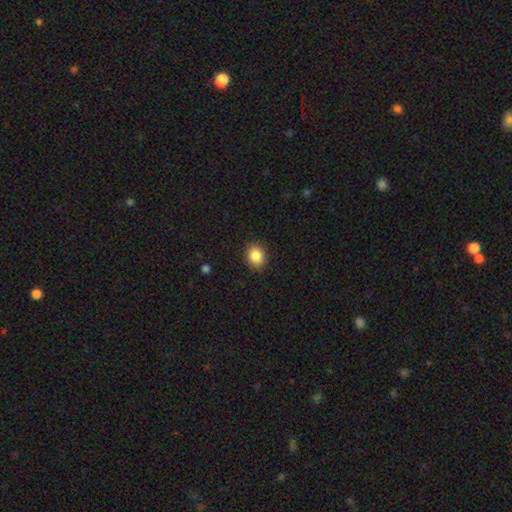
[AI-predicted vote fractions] smooth-or-featured: smooth: 88% | star or artifact: 9% | featured or disk: 4%
  how-rounded: round: 55% | in between: 44% | cigar-shaped: 1%
  merging: none: 89% | minor disturbance: 8% | major disturbance: 2% | merger: 1%